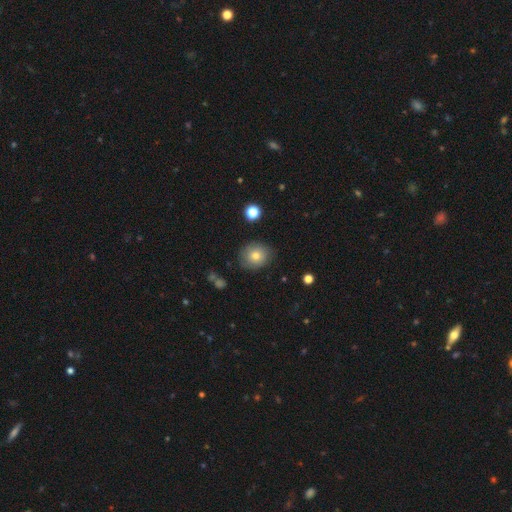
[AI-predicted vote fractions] Morphology: type=smooth (76%); roundness=round (80%); merging=none (82%).